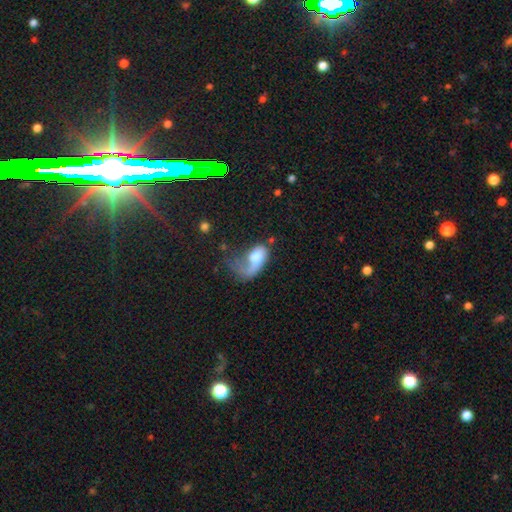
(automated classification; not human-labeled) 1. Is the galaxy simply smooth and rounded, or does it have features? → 53% smooth, 39% featured or disk, 7% star or artifact.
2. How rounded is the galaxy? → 82% in between, 14% round, 3% cigar-shaped.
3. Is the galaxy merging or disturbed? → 59% major disturbance, 16% none, 16% minor disturbance, 9% merger.